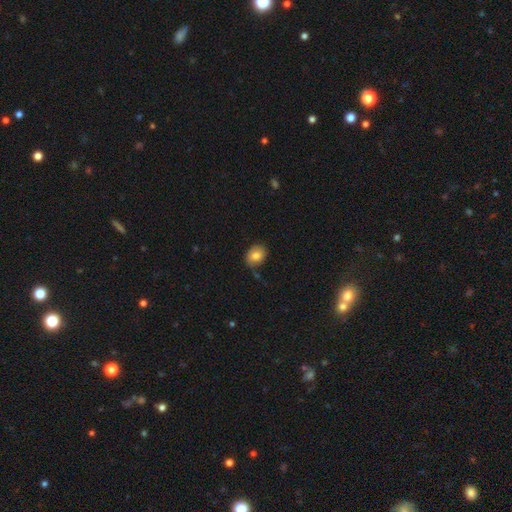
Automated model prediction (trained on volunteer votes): Morphology: type=smooth (80%); roundness=in between (56%); merging=none (75%).